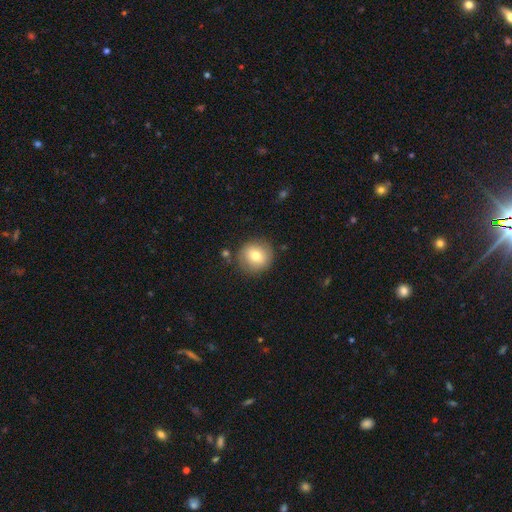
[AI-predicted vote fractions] This is likely a smooth galaxy (74%). How rounded: clearly round (91%). Merging: clearly none (82%).